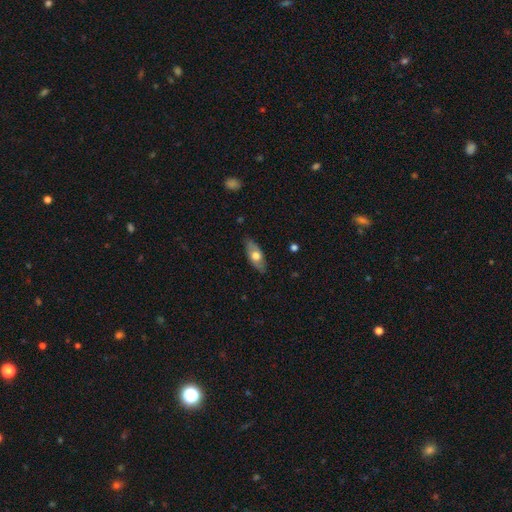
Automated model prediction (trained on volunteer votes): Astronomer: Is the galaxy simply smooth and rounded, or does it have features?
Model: smooth — 58% (runner-up: featured or disk, 36%).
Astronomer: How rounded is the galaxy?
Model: in between — 82%.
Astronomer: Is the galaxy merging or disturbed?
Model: none — 82%.